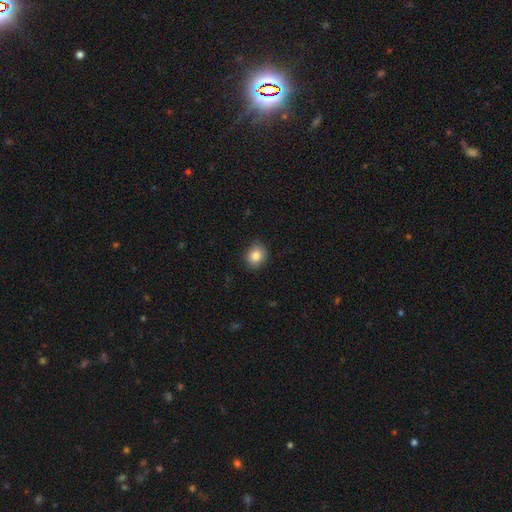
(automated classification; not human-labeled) Morphology: type=smooth (85%); roundness=round (67%); merging=none (83%).